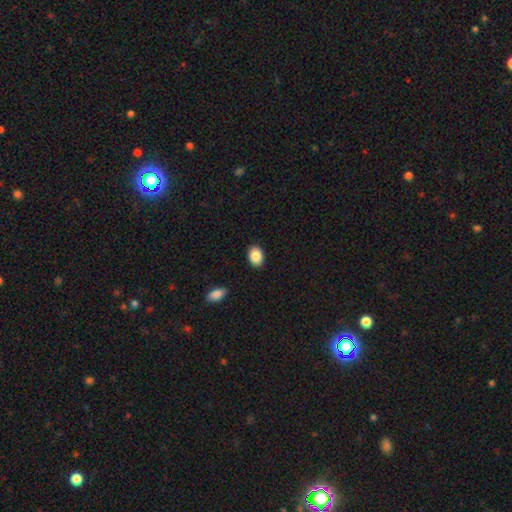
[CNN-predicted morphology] Smooth or featured? smooth (88%)
How rounded? in between (74%)
Merging? none (89%)